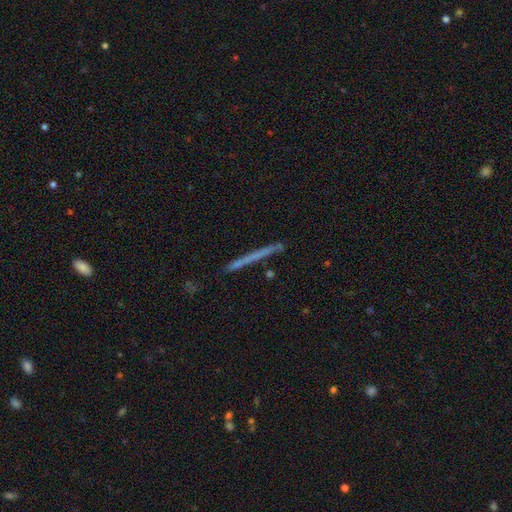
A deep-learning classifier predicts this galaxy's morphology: Smooth or featured?
  - smooth: 49% *
  - featured or disk: 43%
  - star or artifact: 7%
Merging?
  - none: 89% *
  - minor disturbance: 8%
  - merger: 2%
  - major disturbance: 2%